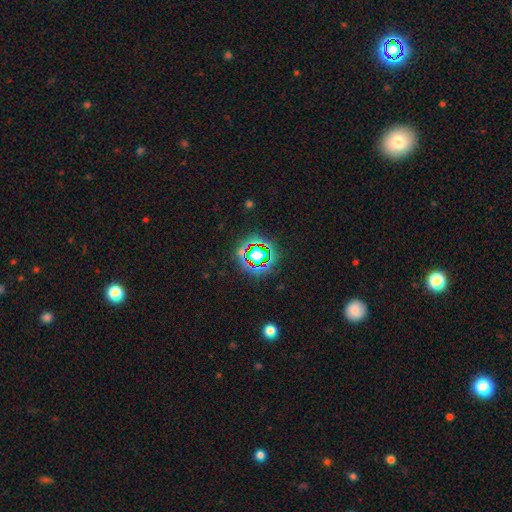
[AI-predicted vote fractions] star or artifact 72%, smooth 17%, featured or disk 11%.